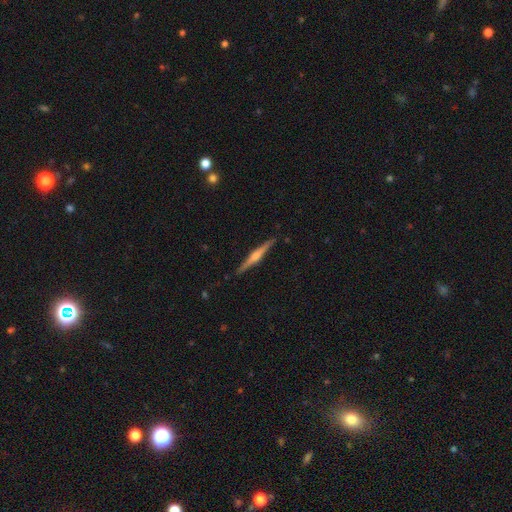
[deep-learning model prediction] The model was most divided on "smooth or featured": featured or disk: 76%, smooth: 19%, star or artifact: 5%. More confident: edge-on disk — yes (98%); merging — none (90%); edge-on bulge — rounded (80%).